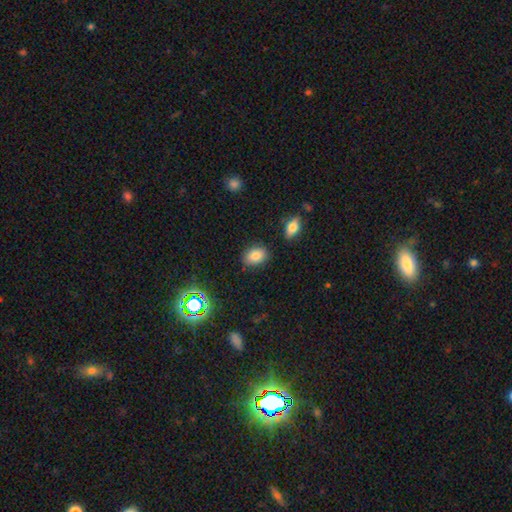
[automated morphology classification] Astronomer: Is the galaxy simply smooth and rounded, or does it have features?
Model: smooth — 83%.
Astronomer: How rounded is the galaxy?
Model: in between — 75%.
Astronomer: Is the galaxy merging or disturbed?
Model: none — 83%.